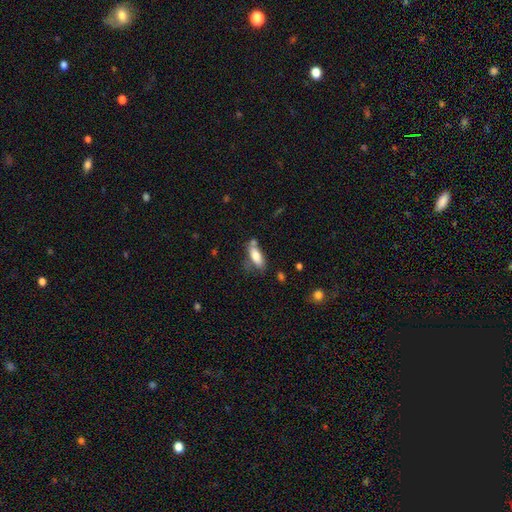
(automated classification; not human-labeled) A smooth galaxy with no disk features (76%) that is in between round and cigar-shaped (72%).

Vote fractions:
- Smooth or featured? smooth: 76% / featured or disk: 17% / star or artifact: 7%
- How rounded? in between: 72% / cigar-shaped: 26% / round: 2%
- Merging? none: 48% / minor disturbance: 25% / merger: 17% / major disturbance: 10%